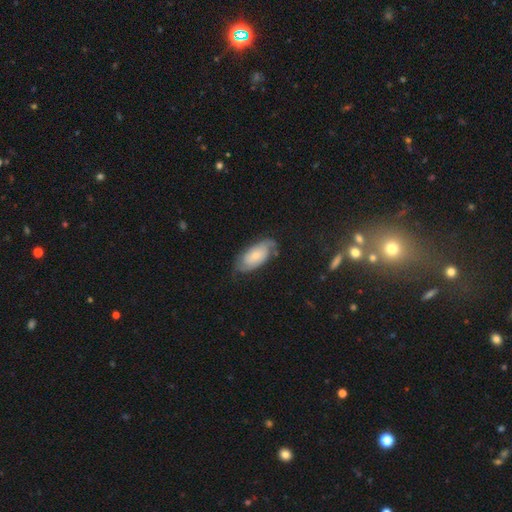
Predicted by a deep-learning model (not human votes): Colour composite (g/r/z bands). It shows a featured or disk galaxy (51%). Merging: none (66%).